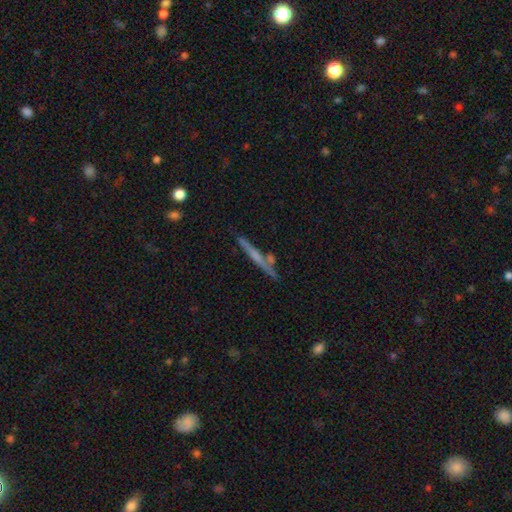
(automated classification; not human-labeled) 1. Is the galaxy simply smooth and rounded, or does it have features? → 57% featured or disk, 35% smooth, 7% star or artifact.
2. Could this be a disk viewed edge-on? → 96% yes, 4% no.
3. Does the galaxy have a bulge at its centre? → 55% none, 35% rounded, 10% boxy.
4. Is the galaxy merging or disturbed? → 80% none, 11% minor disturbance, 7% merger, 3% major disturbance.